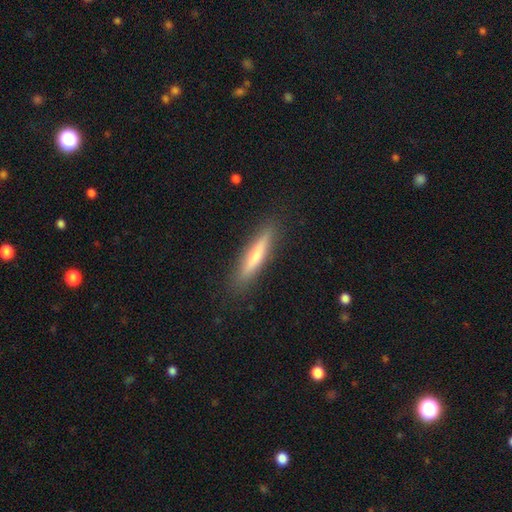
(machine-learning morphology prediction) Q: Smooth or featured?
A: smooth (59%); runner-up: featured or disk (34%)
Q: How rounded?
A: cigar-shaped (91%); runner-up: in between (8%)
Q: Merging?
A: none (89%); runner-up: minor disturbance (8%)